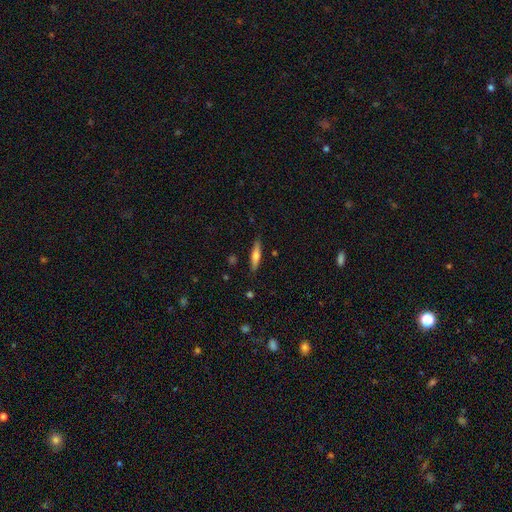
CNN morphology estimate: smooth-or-featured: smooth: 57% | featured or disk: 36% | star or artifact: 6%
  how-rounded: cigar-shaped: 78% | in between: 20% | round: 2%
  merging: none: 86% | minor disturbance: 10% | major disturbance: 2% | merger: 2%